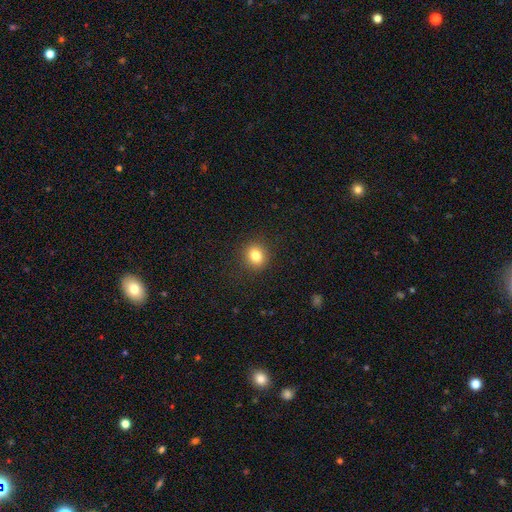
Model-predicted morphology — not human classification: A smooth galaxy with no disk features (82%) that is round (71%).

Vote fractions:
- Smooth or featured? smooth: 82% / star or artifact: 11% / featured or disk: 6%
- How rounded? round: 71% / in between: 28% / cigar-shaped: 1%
- Merging? none: 90% / minor disturbance: 7% / major disturbance: 2% / merger: 1%